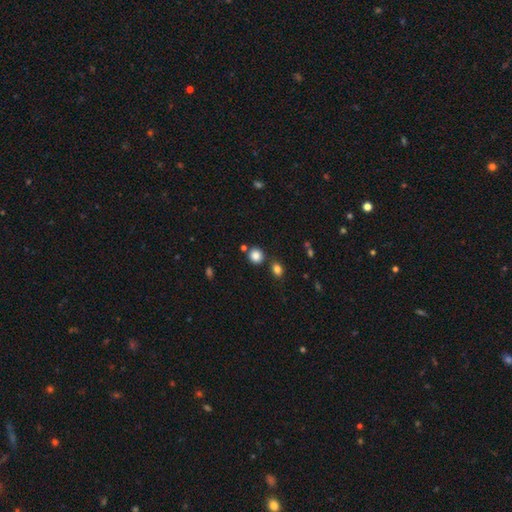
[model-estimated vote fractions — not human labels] Smooth or featured? Predicted: smooth (p=0.85). How rounded? Predicted: round (p=0.85). Merging? Predicted: none (p=0.79).